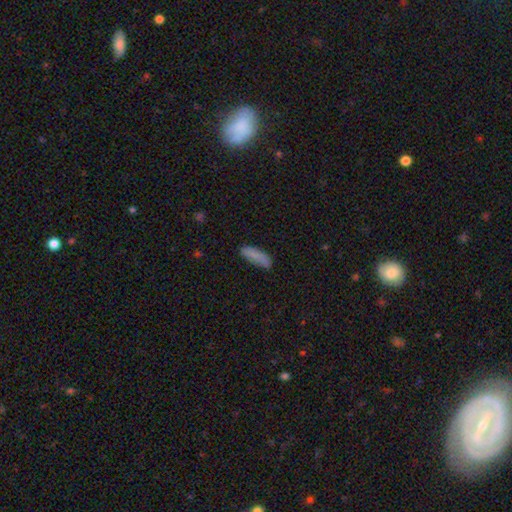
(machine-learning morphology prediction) This is clearly a smooth galaxy (83%). How rounded: possibly in between (51%). Merging: likely none (74%).